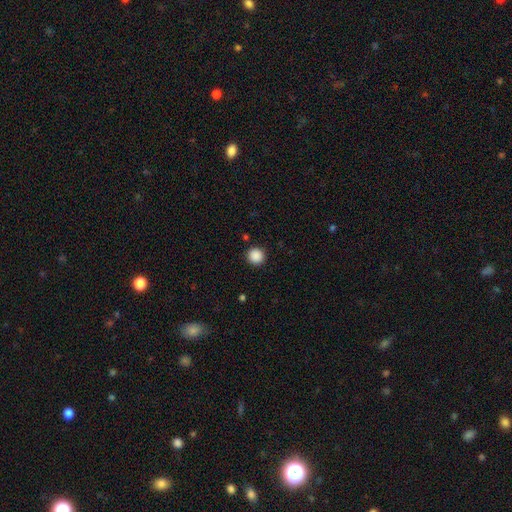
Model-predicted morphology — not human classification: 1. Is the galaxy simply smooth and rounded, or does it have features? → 88% smooth, 10% star or artifact, 2% featured or disk.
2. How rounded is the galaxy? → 94% round, 5% in between, 1% cigar-shaped.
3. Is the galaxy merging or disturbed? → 92% none, 5% minor disturbance, 2% major disturbance, 1% merger.